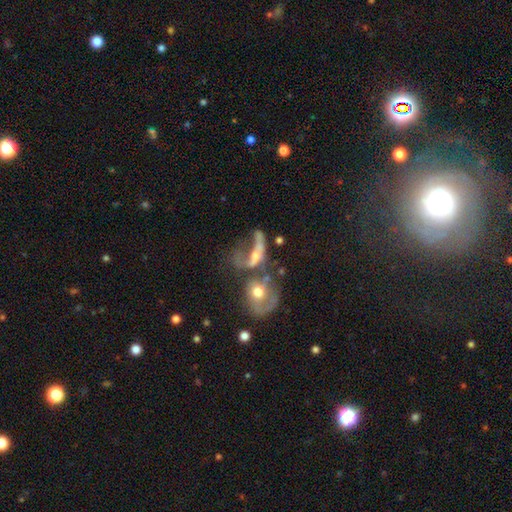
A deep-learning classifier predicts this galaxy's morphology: type=featured or disk (58%); edge-on=no (91%); bar=no (71%); spiral arms=no (58%); bulge=moderate (54%); merging=merger (59%).